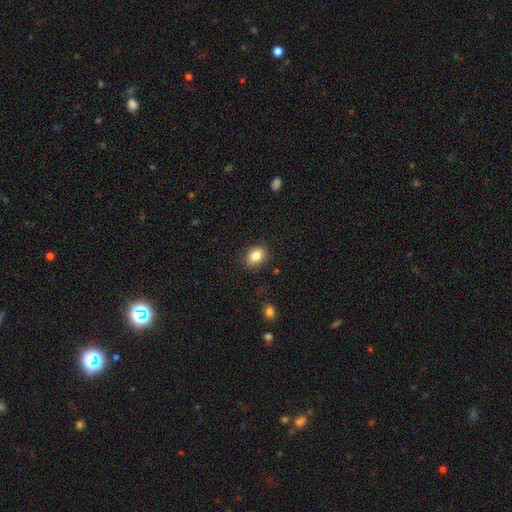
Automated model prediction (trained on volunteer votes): Smooth or featured: smooth — 84% (star or artifact — 9%)
How rounded: in between — 58% (round — 41%)
Merging: none — 87% (minor disturbance — 9%)